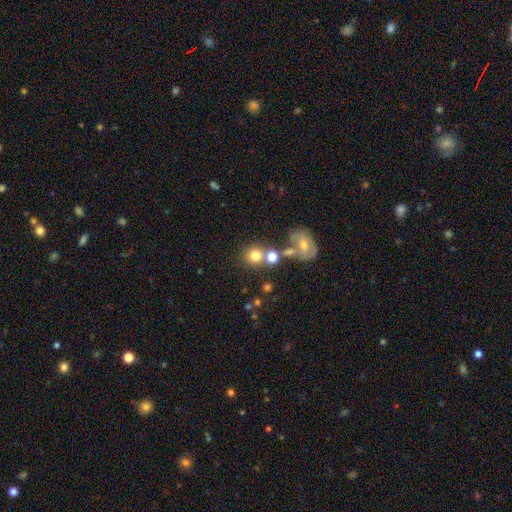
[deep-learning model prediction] This appears to be a smooth galaxy with no disk features (74%) that is round (83%). Merging: none (57%).